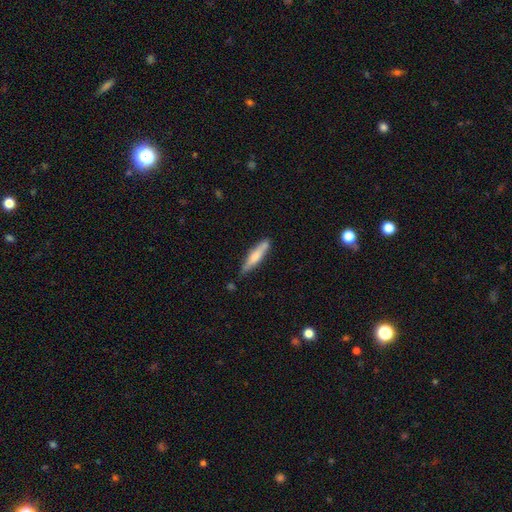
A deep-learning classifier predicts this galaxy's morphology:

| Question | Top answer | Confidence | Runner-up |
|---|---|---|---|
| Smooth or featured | smooth | 61% | featured or disk (33%) |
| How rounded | cigar-shaped | 87% | in between (12%) |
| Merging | none | 76% | minor disturbance (17%) |